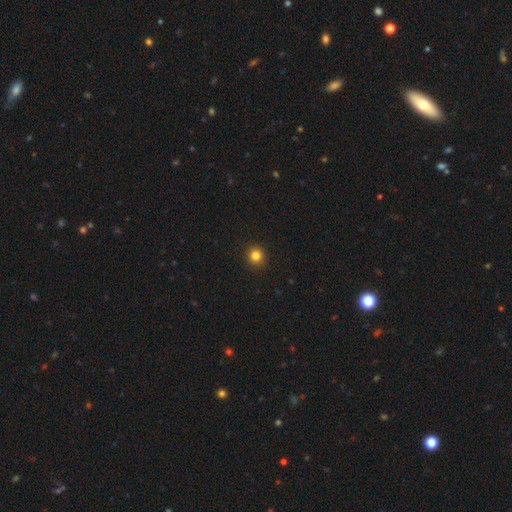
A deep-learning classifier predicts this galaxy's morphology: type=smooth (83%); roundness=round (93%); merging=none (93%).